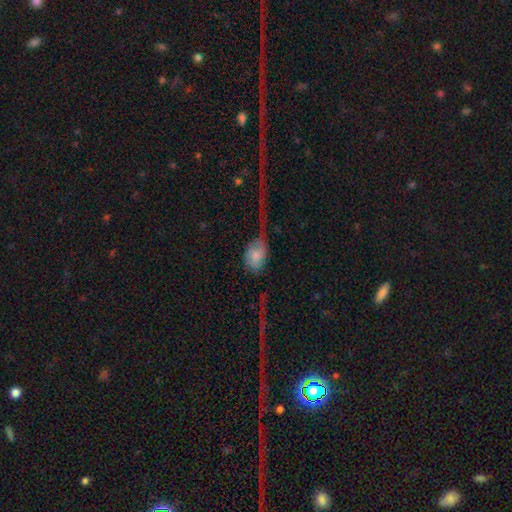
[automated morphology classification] A smooth galaxy with no disk features (64%) that is in between round and cigar-shaped (77%). Merging: major disturbance (49%).